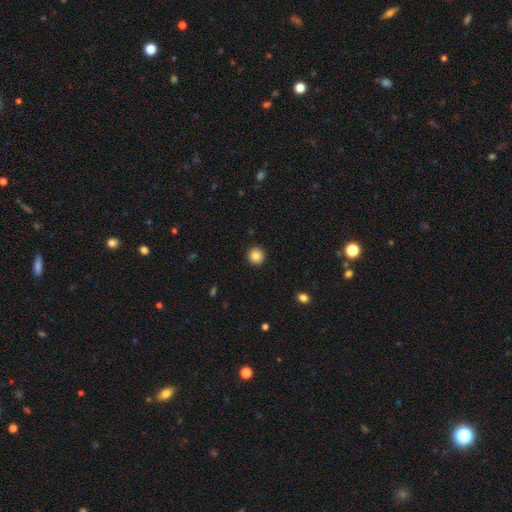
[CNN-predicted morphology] Overall: smooth (84%). How rounded: round (95%). Merging: none (93%).